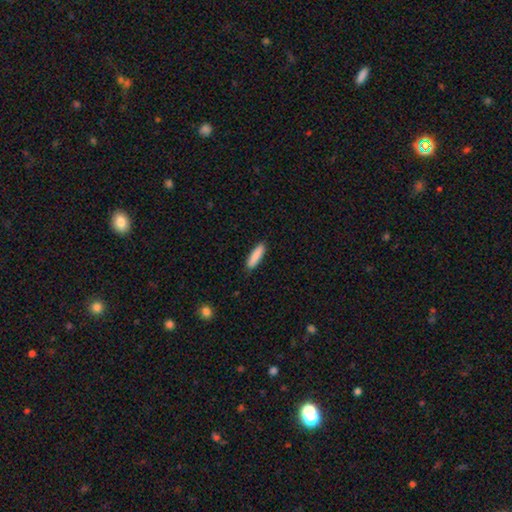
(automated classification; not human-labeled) Q: Smooth or featured?
A: smooth (88%); runner-up: featured or disk (6%)
Q: How rounded?
A: cigar-shaped (73%); runner-up: in between (25%)
Q: Merging?
A: none (90%); runner-up: minor disturbance (8%)